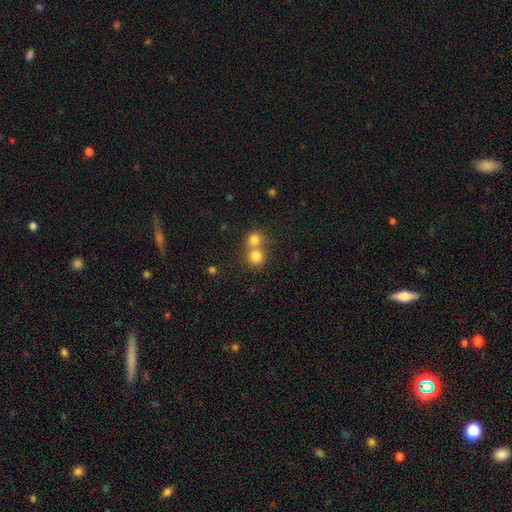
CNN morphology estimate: Smooth or featured? Predicted: smooth (p=0.79). How rounded? Predicted: round (p=0.89). Merging? Predicted: merger (p=0.51).